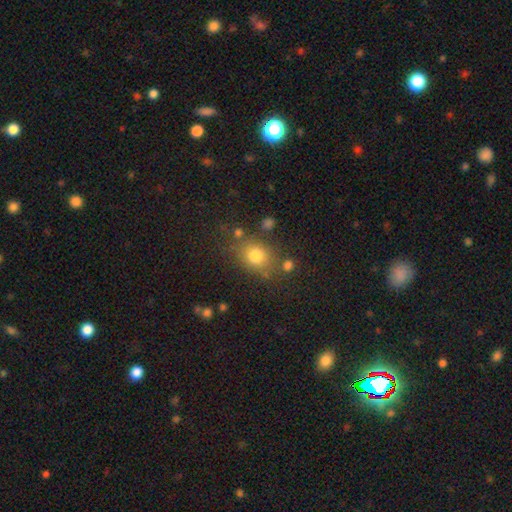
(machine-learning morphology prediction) This appears to be a smooth galaxy with no disk features (76%) that is round (61%). Merging: none (72%).